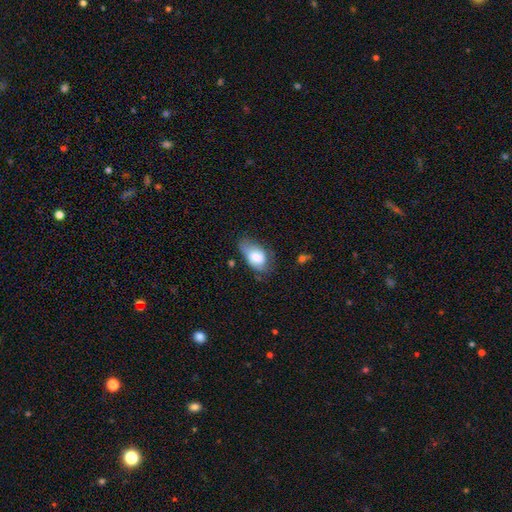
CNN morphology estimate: A smooth galaxy with no disk features (74%) that is in between round and cigar-shaped (90%). Merging: minor disturbance (40%).